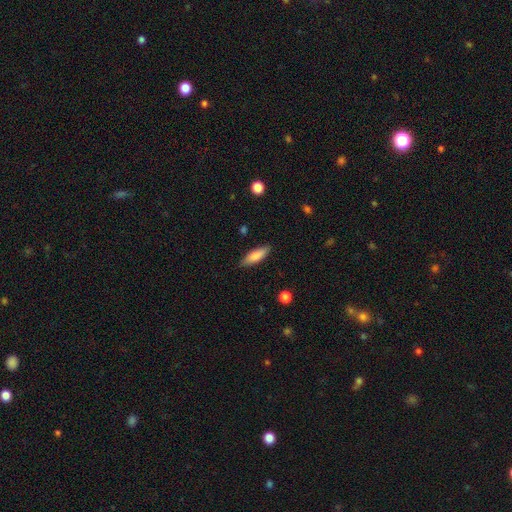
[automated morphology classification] type=smooth (79%); roundness=cigar-shaped (50%); merging=none (86%).